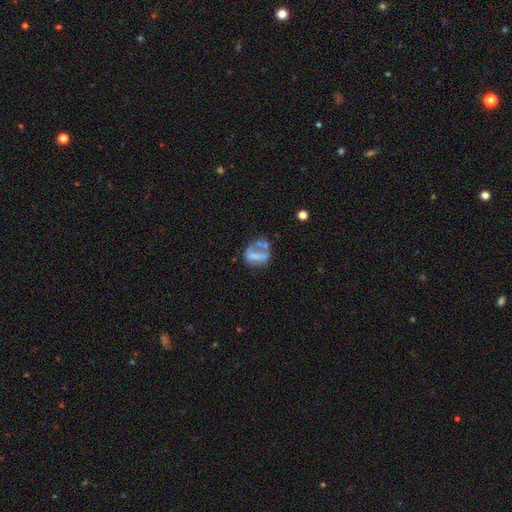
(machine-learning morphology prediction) This appears to be a featured or disk galaxy (46%). Merging: none (35%).